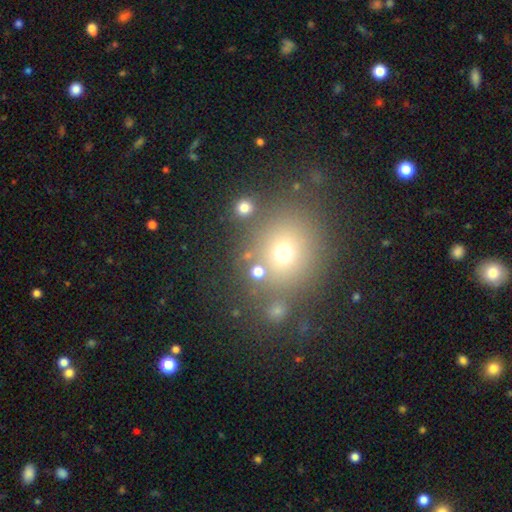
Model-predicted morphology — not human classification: The model was most divided on "smooth or featured": smooth: 60%, star or artifact: 28%, featured or disk: 12%. More confident: how rounded — round (80%); merging — none (76%).